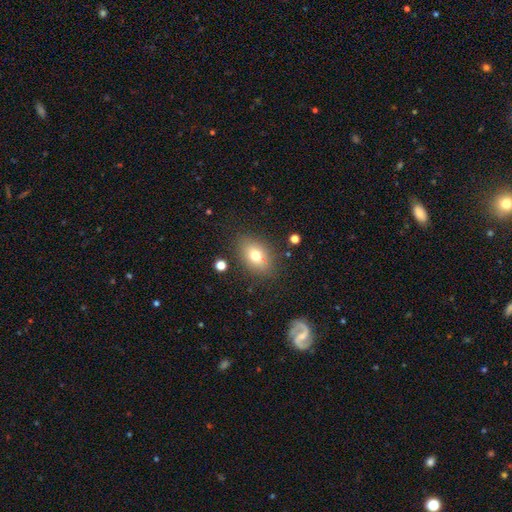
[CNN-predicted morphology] smooth_or_featured: smooth (p=0.71) [alt: featured or disk p=0.17]
how_rounded: in between (p=0.78) [alt: round p=0.19]
merging: none (p=0.82) [alt: minor disturbance p=0.12]